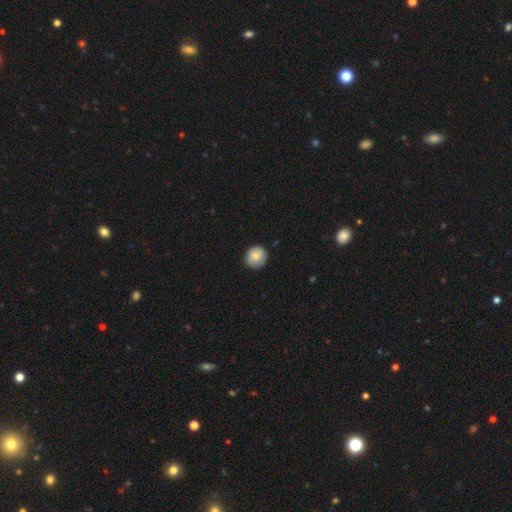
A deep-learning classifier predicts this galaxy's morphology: Smooth or featured? Predicted: smooth (p=0.77). How rounded? Predicted: round (p=0.88). Merging? Predicted: none (p=0.82).